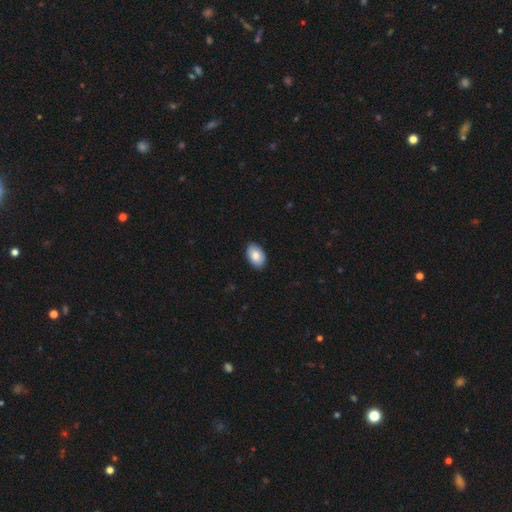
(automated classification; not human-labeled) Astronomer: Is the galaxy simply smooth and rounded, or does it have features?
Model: smooth — 81%.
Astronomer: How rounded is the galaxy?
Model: in between — 90%.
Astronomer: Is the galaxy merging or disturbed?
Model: none — 87%.